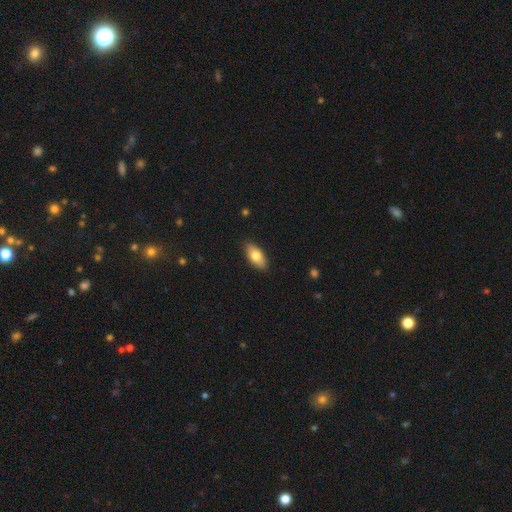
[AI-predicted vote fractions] smooth 78%, featured or disk 16%, star or artifact 6%. Down the decision tree: how rounded — in between (88%); merging — none (88%).